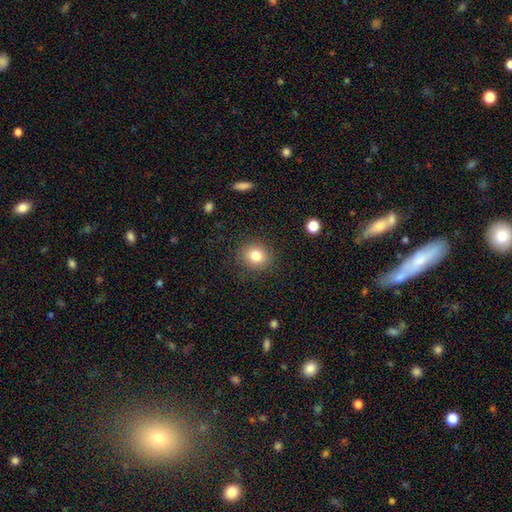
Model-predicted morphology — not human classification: Smooth or featured?
  - smooth: 80% *
  - star or artifact: 11%
  - featured or disk: 9%
How rounded?
  - round: 80% *
  - in between: 19%
  - cigar-shaped: 1%
Merging?
  - none: 87% *
  - minor disturbance: 9%
  - major disturbance: 3%
  - merger: 1%